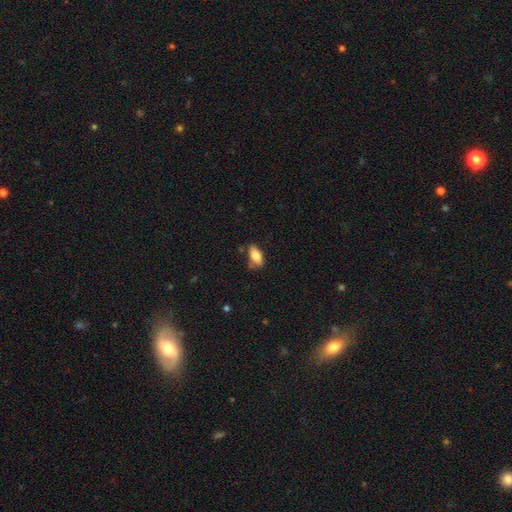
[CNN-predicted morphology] Q: Smooth or featured?
A: smooth (78%); runner-up: featured or disk (15%)
Q: How rounded?
A: in between (86%); runner-up: cigar-shaped (11%)
Q: Merging?
A: none (65%); runner-up: minor disturbance (25%)